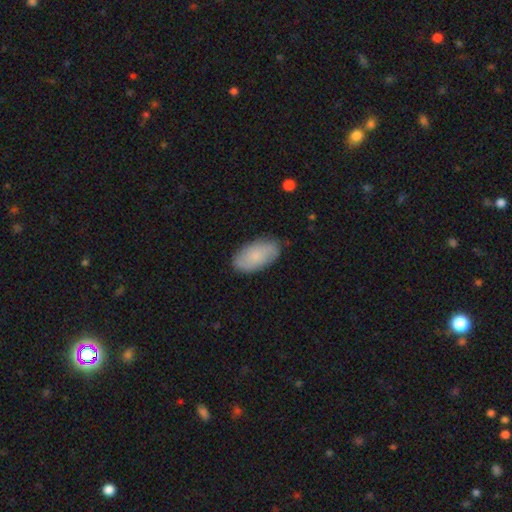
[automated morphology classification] This appears to be a smooth galaxy with no disk features (73%) that is in between round and cigar-shaped (94%). Merging: none (83%).